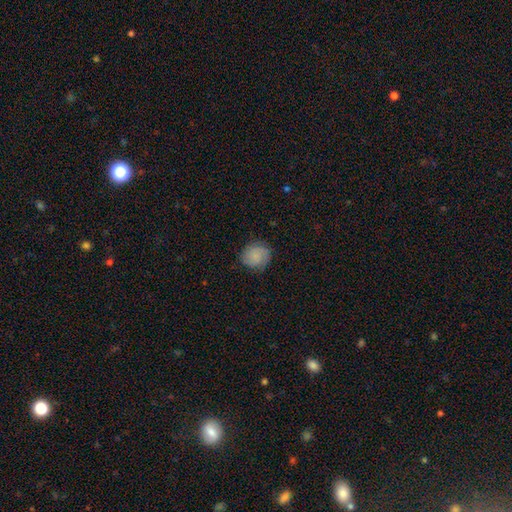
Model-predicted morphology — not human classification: Smooth or featured?
  - smooth: 75% *
  - featured or disk: 17%
  - star or artifact: 8%
How rounded?
  - round: 82% *
  - in between: 17%
  - cigar-shaped: 1%
Merging?
  - none: 81% *
  - minor disturbance: 14%
  - major disturbance: 4%
  - merger: 1%